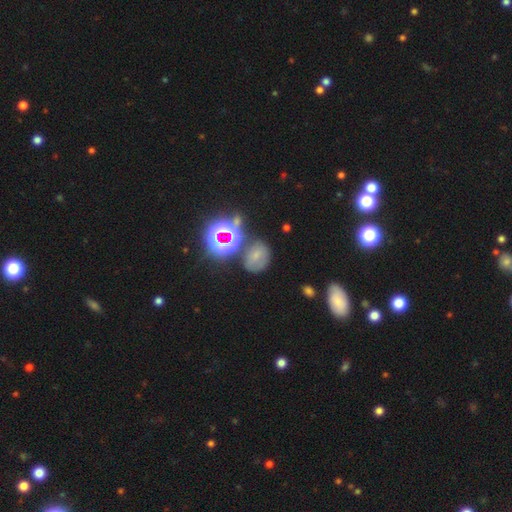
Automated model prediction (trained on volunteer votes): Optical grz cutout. It shows a smooth galaxy with no disk features (51%) that is in between round and cigar-shaped (52%). Merging: none (60%).